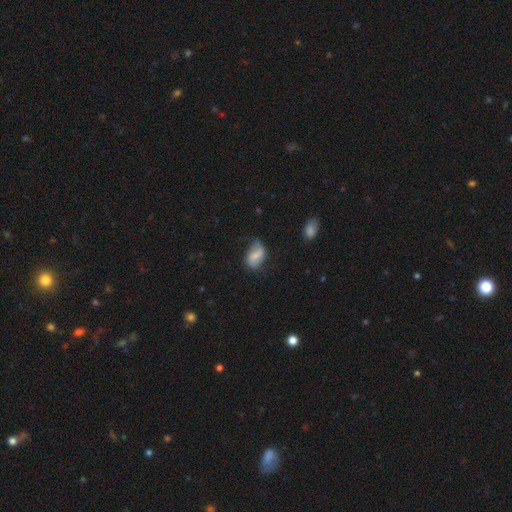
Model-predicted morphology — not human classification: This is possibly a smooth galaxy (60%). How rounded: clearly in between (87%). Merging: possibly none (50%).